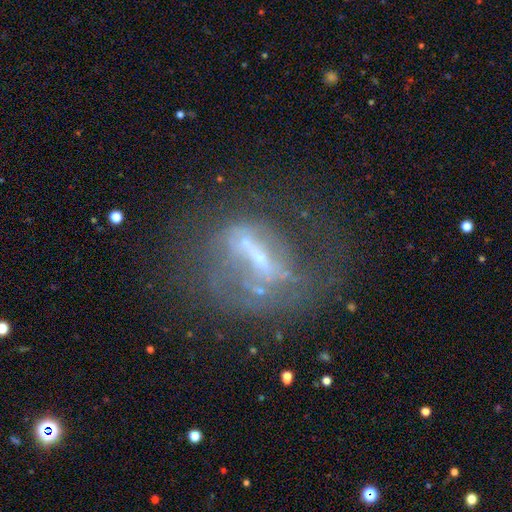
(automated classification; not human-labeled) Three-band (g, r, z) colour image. It shows a featured or disk galaxy (69%) with a strong bar (48%), no spiral arms (57%) and a small central bulge (58%). Merging: major disturbance (38%).